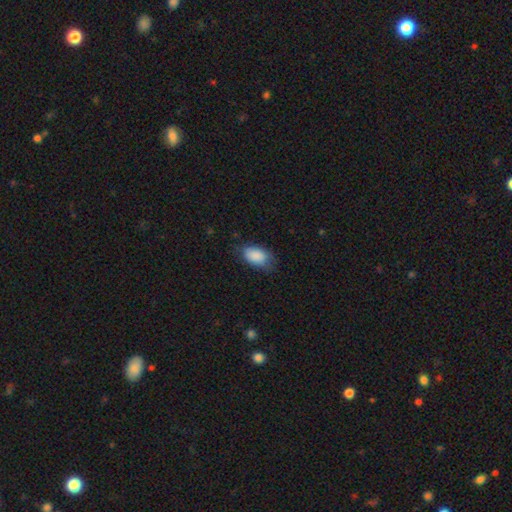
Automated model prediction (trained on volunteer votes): The model was most divided on "merging": none: 64%, minor disturbance: 28%, major disturbance: 7%, merger: 1%. More confident: how rounded — in between (92%); smooth or featured — smooth (87%).